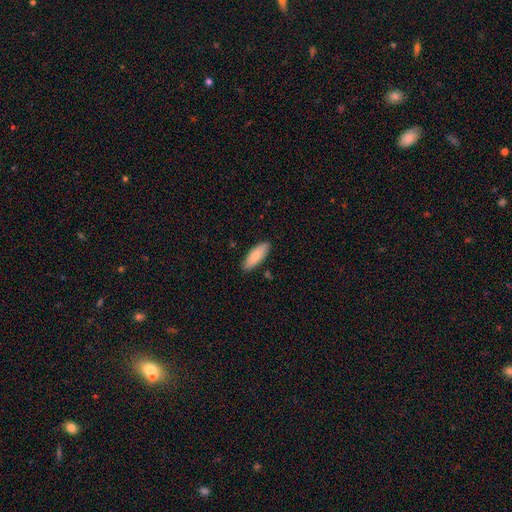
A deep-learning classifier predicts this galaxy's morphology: smooth-or-featured: smooth: 80% | featured or disk: 14% | star or artifact: 6%
  how-rounded: in between: 69% | cigar-shaped: 30% | round: 2%
  merging: none: 87% | minor disturbance: 10% | major disturbance: 2% | merger: 2%